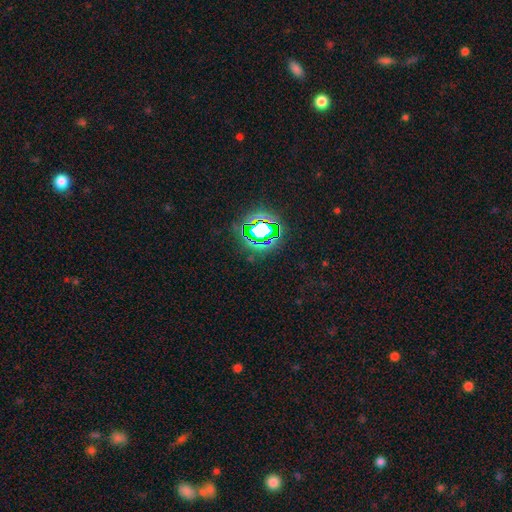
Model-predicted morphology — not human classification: Overall: star or artifact (77%).